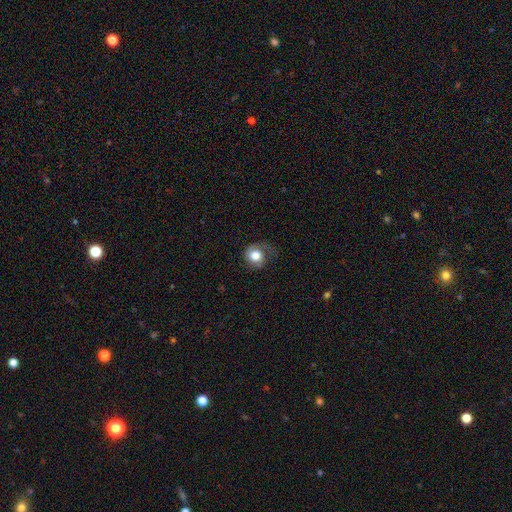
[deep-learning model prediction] The model was most divided on "merging": none: 46%, minor disturbance: 27%, major disturbance: 26%, merger: 2%. More confident: how rounded — round (74%); smooth or featured — smooth (67%).